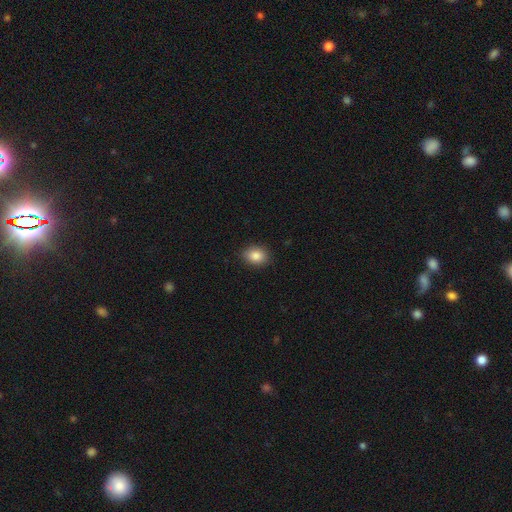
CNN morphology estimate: smooth 86%, star or artifact 9%, featured or disk 5%. Down the decision tree: how rounded — in between (62%); merging — none (88%).